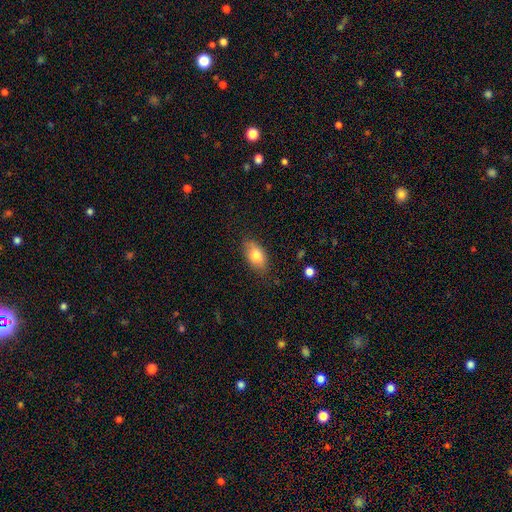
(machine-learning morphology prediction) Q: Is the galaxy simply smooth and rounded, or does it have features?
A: smooth — 77%.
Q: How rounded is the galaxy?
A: in between — 90%.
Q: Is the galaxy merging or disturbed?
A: none — 78%.